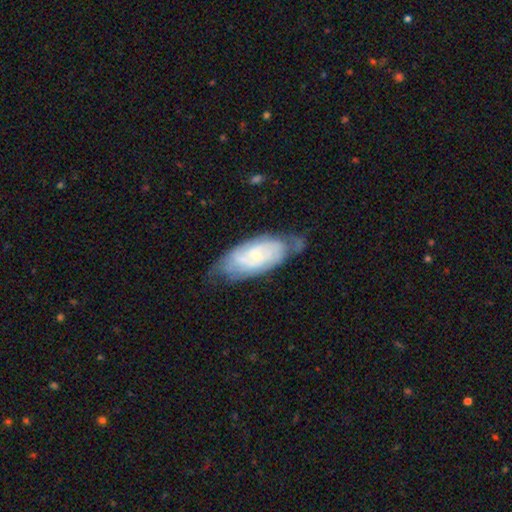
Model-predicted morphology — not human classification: Smooth or featured: featured or disk — 67% (smooth — 26%)
Edge-on disk: no — 92% (yes — 8%)
Bar: no — 50% (weak — 41%)
Spiral arms: yes — 87% (no — 13%)
Spiral winding: tight — 56% (medium — 35%)
Spiral arm count: can't tell — 43% (2 — 36%)
Bulge size: small — 60% (moderate — 23%)
Merging: none — 52% (minor disturbance — 33%)